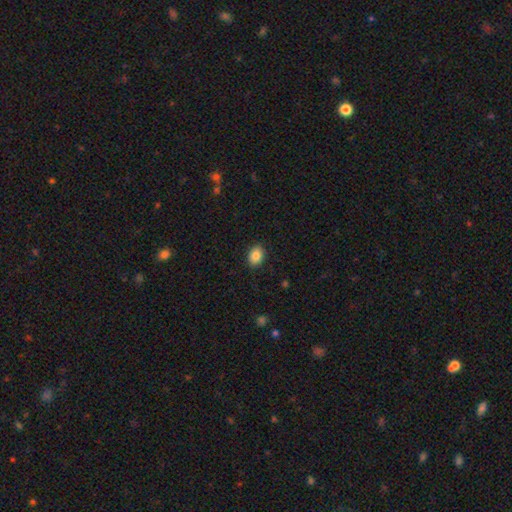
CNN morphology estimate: The model was most divided on "how rounded": in between: 73%, round: 26%, cigar-shaped: 1%. More confident: merging — none (89%); smooth or featured — smooth (85%).